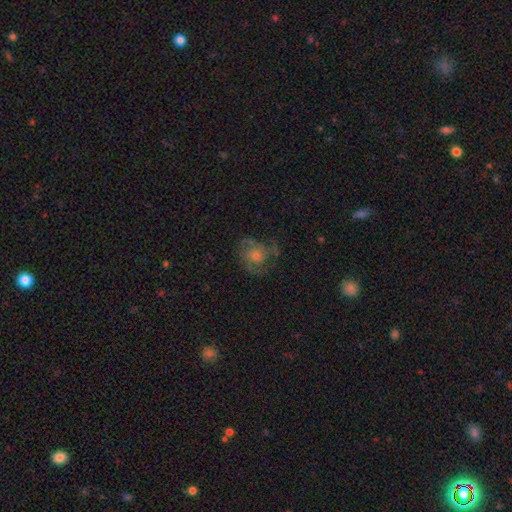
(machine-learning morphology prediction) This appears to be a featured or disk galaxy (58%) with no bar (84%), spiral arms (75%) and a small central bulge (51%). Merging: none (60%).